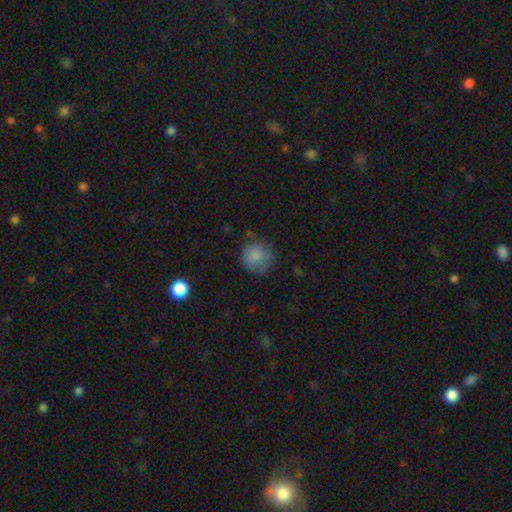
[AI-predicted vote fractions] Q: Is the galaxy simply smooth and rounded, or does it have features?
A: smooth — 83%.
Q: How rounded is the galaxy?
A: round — 91%.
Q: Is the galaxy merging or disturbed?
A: none — 68%.